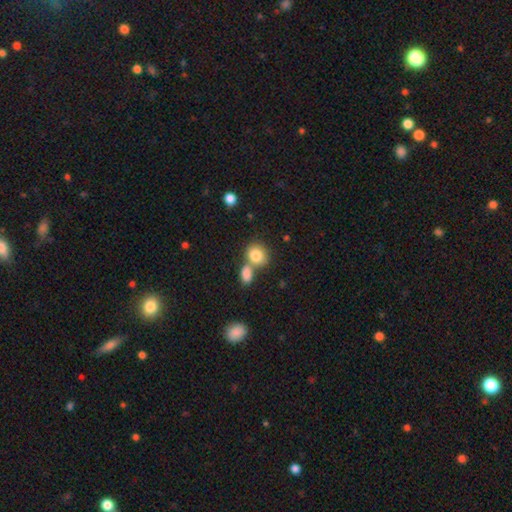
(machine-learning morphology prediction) This is clearly a smooth galaxy (82%). How rounded: likely round (63%). Merging: marginally none (45%).